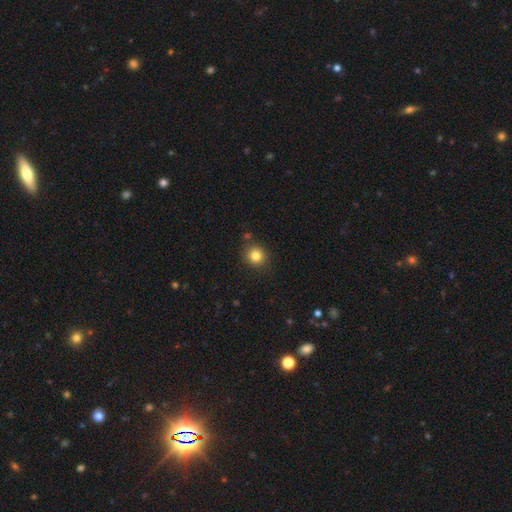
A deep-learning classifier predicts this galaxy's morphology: Q: Smooth or featured?
A: smooth (82%); runner-up: star or artifact (12%)
Q: How rounded?
A: round (88%); runner-up: in between (11%)
Q: Merging?
A: none (84%); runner-up: minor disturbance (9%)